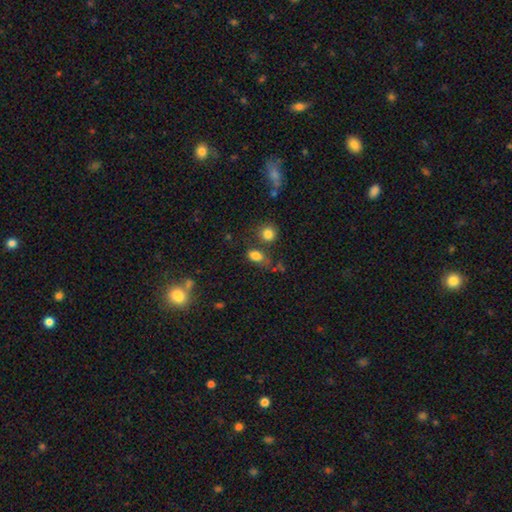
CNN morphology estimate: This appears to be a smooth galaxy with no disk features (81%) that is in between round and cigar-shaped (81%). Merging: none (58%).